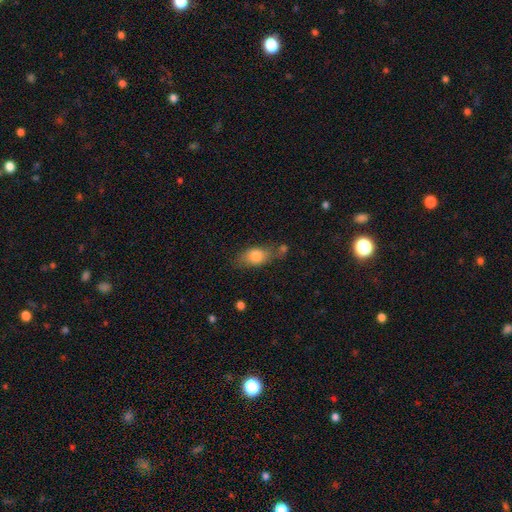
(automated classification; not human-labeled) The model was most divided on "merging": none: 54%, minor disturbance: 23%, merger: 14%, major disturbance: 10%. More confident: how rounded — in between (83%); smooth or featured — smooth (79%).